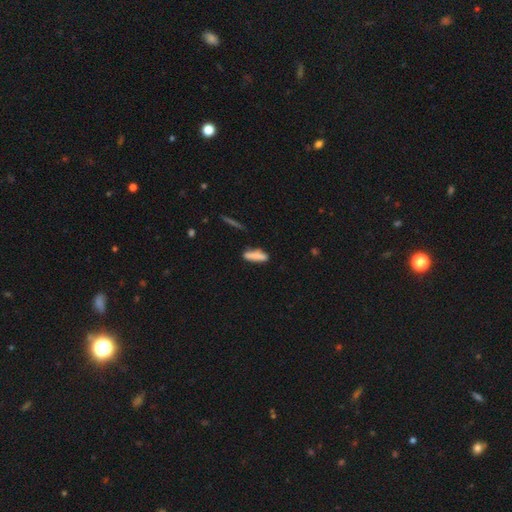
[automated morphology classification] Smooth or featured? Predicted: smooth (p=0.83). How rounded? Predicted: cigar-shaped (p=0.66). Merging? Predicted: none (p=0.76).